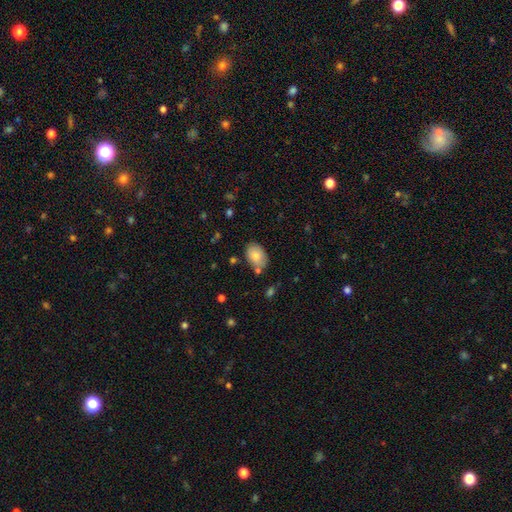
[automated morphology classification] A smooth galaxy with no disk features (82%) that is in between round and cigar-shaped (86%). Merging: none (71%).